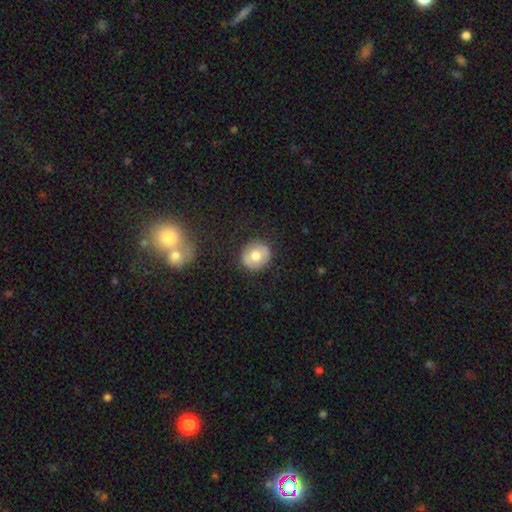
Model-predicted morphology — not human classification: Q: Smooth or featured?
A: smooth (68%); runner-up: featured or disk (23%)
Q: How rounded?
A: round (88%); runner-up: in between (11%)
Q: Merging?
A: none (87%); runner-up: minor disturbance (9%)